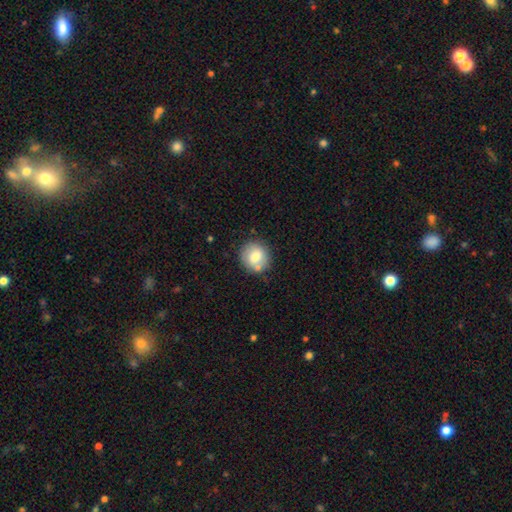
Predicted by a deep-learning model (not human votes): The model was most divided on "smooth or featured": smooth: 75%, featured or disk: 17%, star or artifact: 8%. More confident: how rounded — round (87%); merging — none (74%).